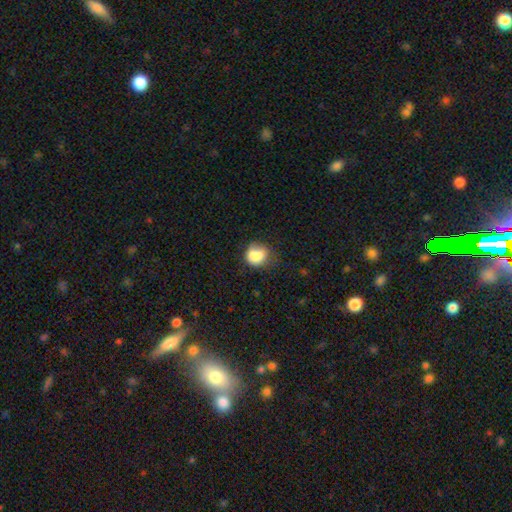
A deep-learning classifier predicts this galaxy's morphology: smooth-or-featured: smooth: 82% | star or artifact: 9% | featured or disk: 9%
  how-rounded: round: 70% | in between: 29% | cigar-shaped: 1%
  merging: none: 51% | minor disturbance: 30% | major disturbance: 12% | merger: 7%